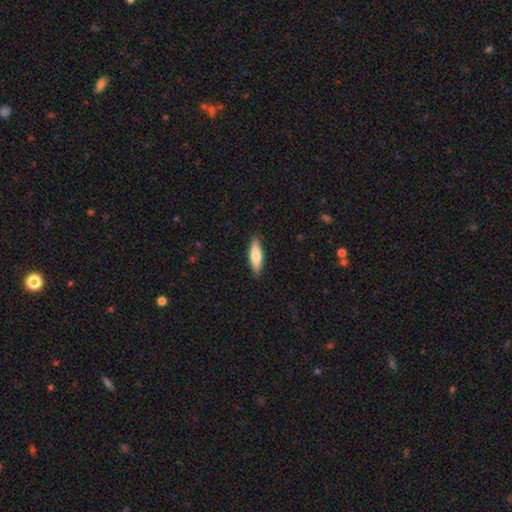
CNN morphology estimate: smooth 73%, featured or disk 22%, star or artifact 6%. Down the decision tree: how rounded — in between (49%, tied with cigar-shaped); merging — none (88%).